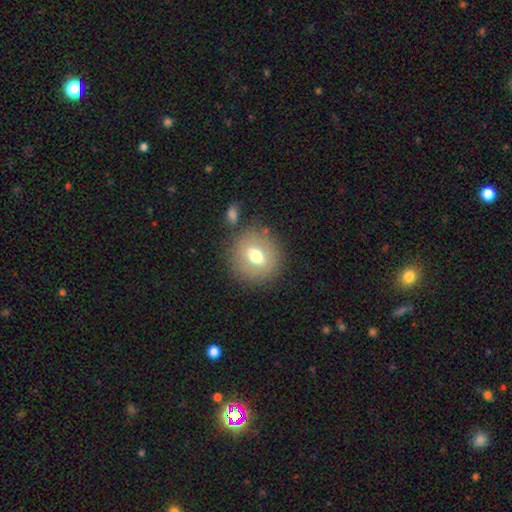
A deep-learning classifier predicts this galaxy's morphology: Smooth or featured: smooth — 62% (featured or disk — 28%)
How rounded: round — 80% (in between — 18%)
Merging: none — 79% (minor disturbance — 11%)